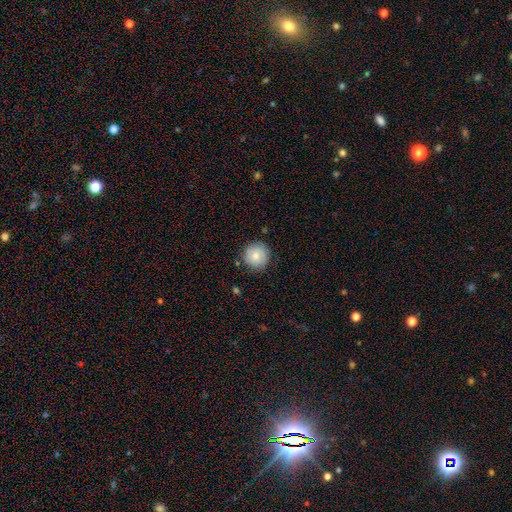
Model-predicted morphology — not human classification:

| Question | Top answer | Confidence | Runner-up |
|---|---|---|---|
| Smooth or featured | smooth | 78% | featured or disk (14%) |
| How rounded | round | 94% | in between (5%) |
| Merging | none | 84% | minor disturbance (12%) |